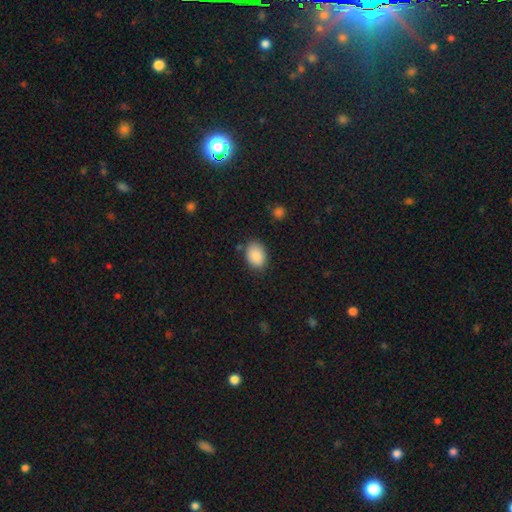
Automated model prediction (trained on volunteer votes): Smooth or featured? smooth (89%)
How rounded? in between (77%)
Merging? none (80%)